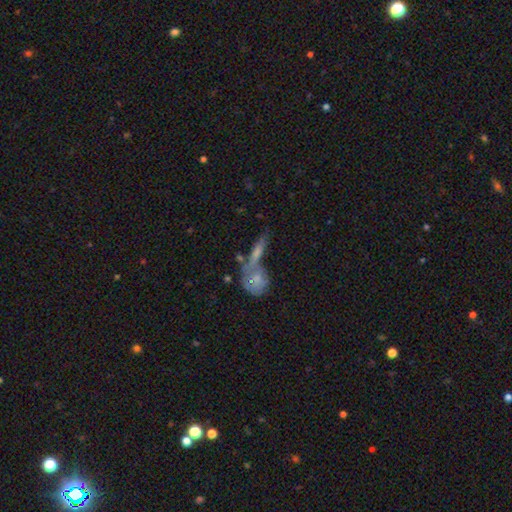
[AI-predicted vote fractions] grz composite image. It shows a featured or disk galaxy (43%). Merging: merger (43%).